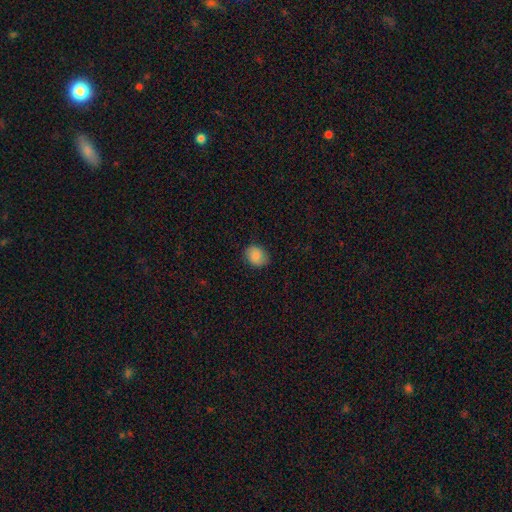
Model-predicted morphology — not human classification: This appears to be a smooth galaxy with no disk features (83%) that is round (51%). Merging: none (84%).